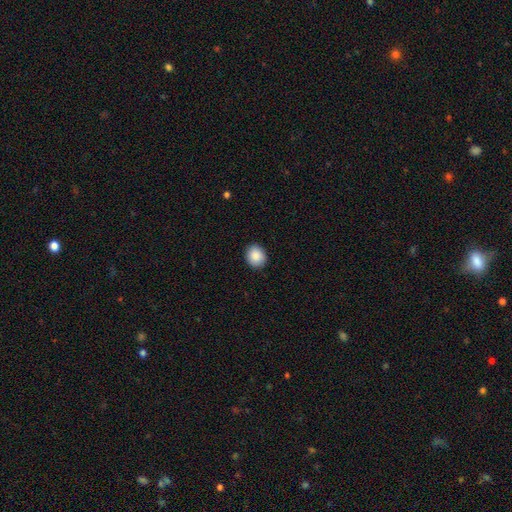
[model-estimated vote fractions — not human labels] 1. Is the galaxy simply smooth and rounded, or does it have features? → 89% smooth, 8% star or artifact, 4% featured or disk.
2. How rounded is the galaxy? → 70% round, 29% in between, 1% cigar-shaped.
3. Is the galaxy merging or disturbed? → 90% none, 7% minor disturbance, 2% major disturbance, 1% merger.